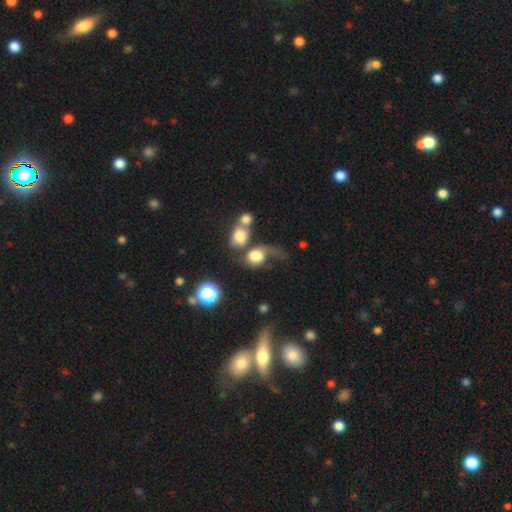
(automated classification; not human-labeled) smooth_or_featured: smooth (p=0.64) [alt: featured or disk p=0.25]
how_rounded: round (p=0.53) [alt: in between p=0.45]
merging: merger (p=0.40) [alt: major disturbance p=0.30]